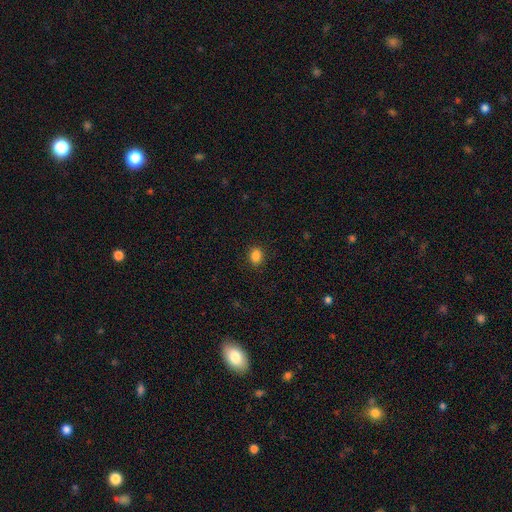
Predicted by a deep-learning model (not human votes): Smooth or featured? Predicted: smooth (p=0.85). How rounded? Predicted: in between (p=0.61). Merging? Predicted: none (p=0.88).